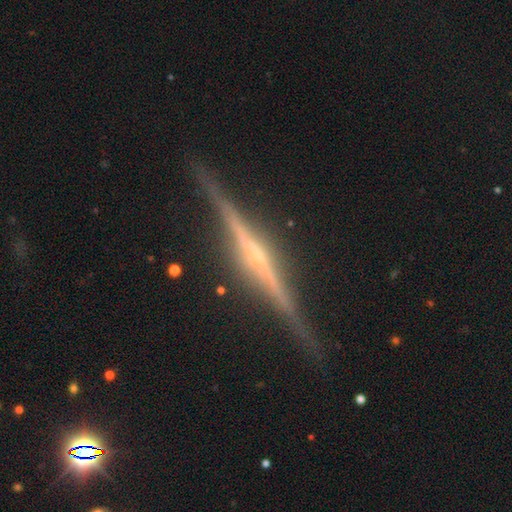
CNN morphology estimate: smooth-or-featured: featured or disk: 89% | smooth: 6% | star or artifact: 6%
  disk-edge-on: yes: 98% | no: 2%
    edge-on-bulge: rounded: 57% | none: 27% | boxy: 16%
  merging: none: 89% | minor disturbance: 8% | major disturbance: 2% | merger: 1%